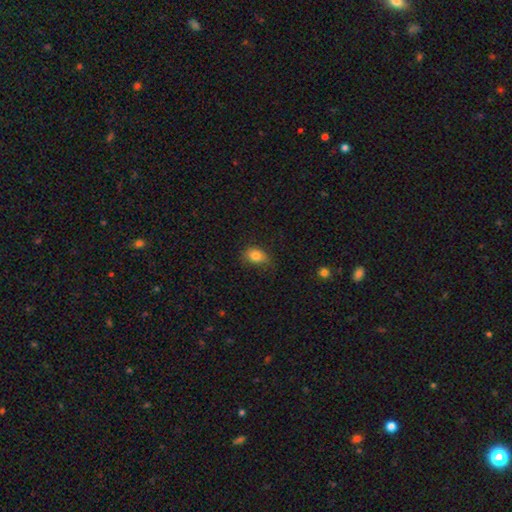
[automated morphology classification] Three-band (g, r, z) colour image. It shows a smooth galaxy with no disk features (82%) that is in between round and cigar-shaped (70%). Merging: none (65%).